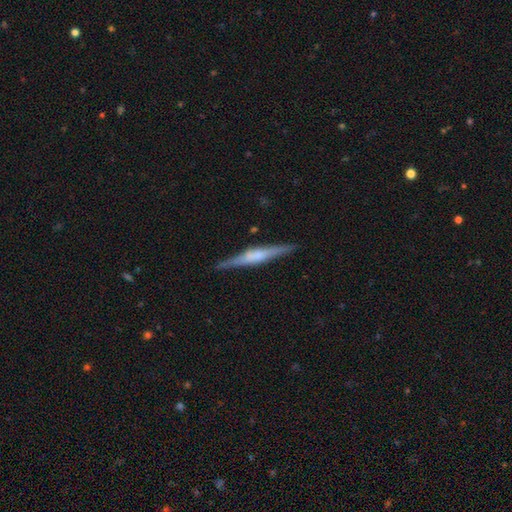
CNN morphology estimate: A featured or disk galaxy (69%) viewed edge-on (97%) with a rounded central bulge (55%).

Vote fractions:
- Smooth or featured? featured or disk: 69% / smooth: 25% / star or artifact: 6%
- Edge-on disk? yes: 97% / no: 3%
- Edge-on bulge? rounded: 55% / boxy: 30% / none: 16%
- Merging? none: 88% / minor disturbance: 8% / major disturbance: 2% / merger: 1%